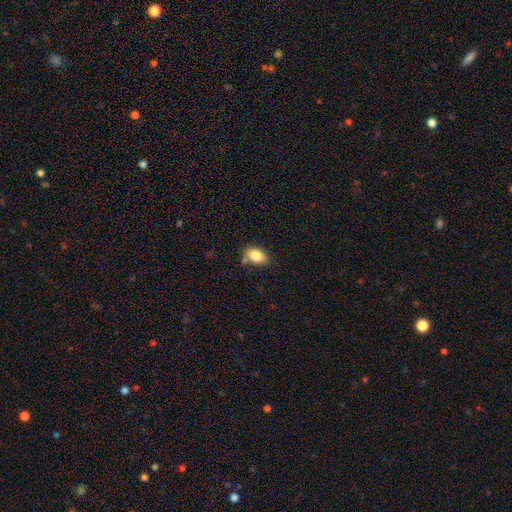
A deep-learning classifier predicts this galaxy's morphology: A smooth galaxy with no disk features (85%) that is in between round and cigar-shaped (84%). Merging: none (71%).